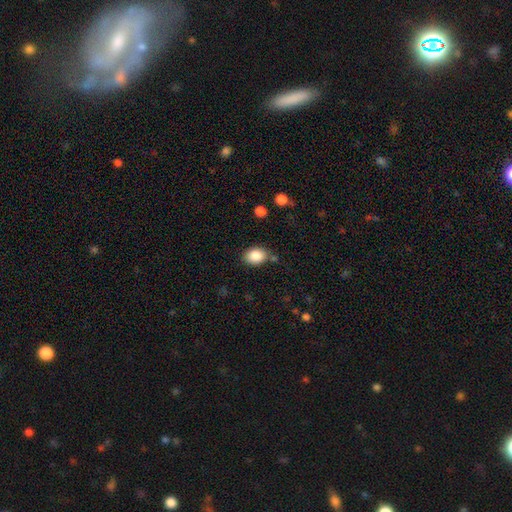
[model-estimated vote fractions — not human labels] Morphology: type=smooth (87%); roundness=in between (68%); merging=none (78%).